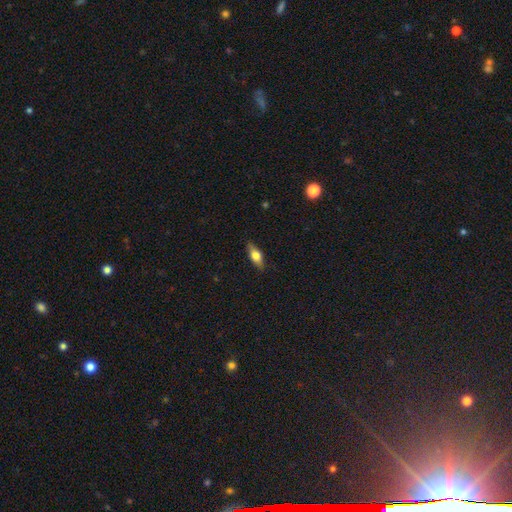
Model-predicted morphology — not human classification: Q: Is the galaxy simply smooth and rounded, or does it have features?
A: smooth — 58%.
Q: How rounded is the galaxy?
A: in between — 71%.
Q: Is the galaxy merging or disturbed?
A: none — 84%.